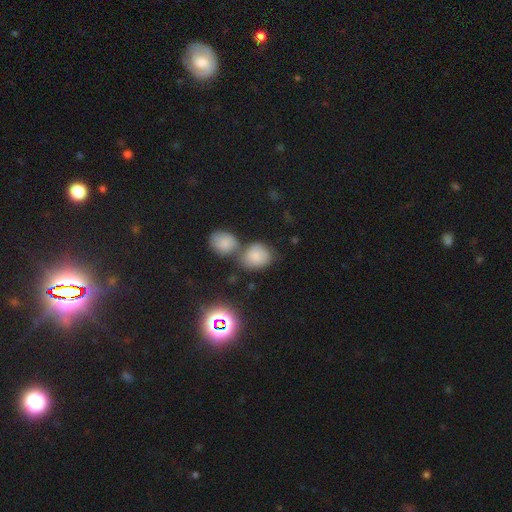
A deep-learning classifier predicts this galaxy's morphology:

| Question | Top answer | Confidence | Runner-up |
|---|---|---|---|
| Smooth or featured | smooth | 75% | star or artifact (13%) |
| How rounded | round | 61% | in between (38%) |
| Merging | none | 44% | merger (38%) |